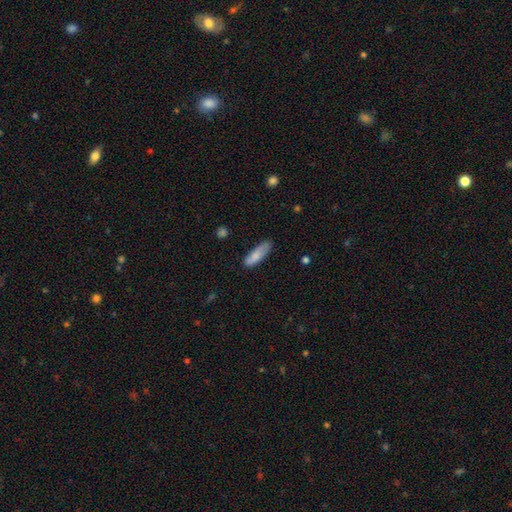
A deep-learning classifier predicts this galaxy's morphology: smooth-or-featured: smooth: 82% | featured or disk: 12% | star or artifact: 6%
  how-rounded: cigar-shaped: 55% | in between: 43% | round: 2%
  merging: none: 74% | minor disturbance: 21% | major disturbance: 4% | merger: 2%